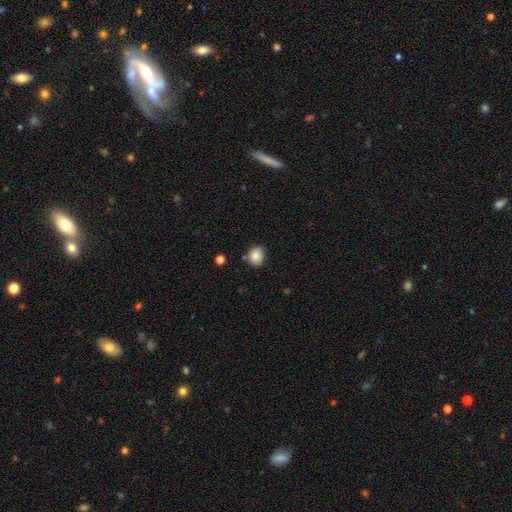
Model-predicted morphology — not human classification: This is clearly a smooth galaxy (85%). How rounded: likely round (65%). Merging: likely none (79%).